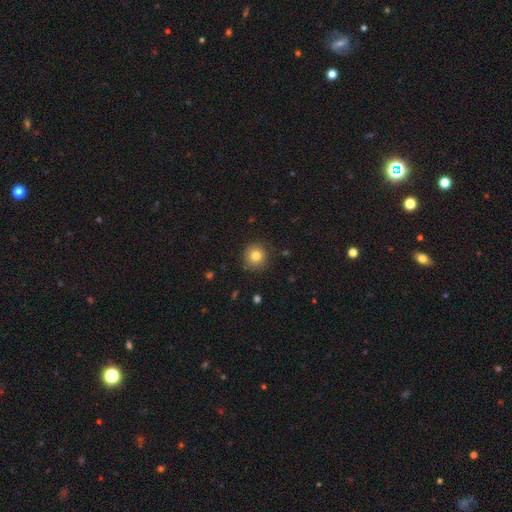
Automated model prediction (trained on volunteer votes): This appears to be a smooth galaxy with no disk features (80%) that is round (94%). Merging: none (88%).